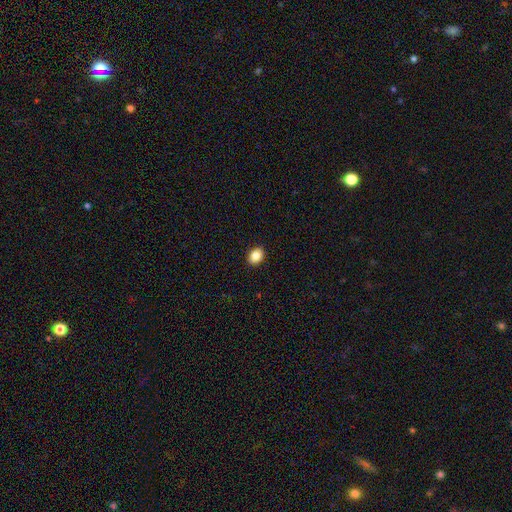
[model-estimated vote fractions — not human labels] Smooth or featured? smooth (87%)
How rounded? in between (65%)
Merging? none (91%)